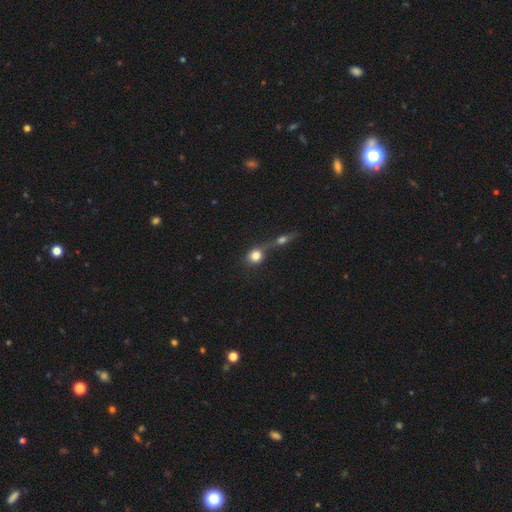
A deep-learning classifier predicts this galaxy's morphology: smooth 78%, featured or disk 11%, star or artifact 11%. Down the decision tree: how rounded — round (77%); merging — merger (43%).